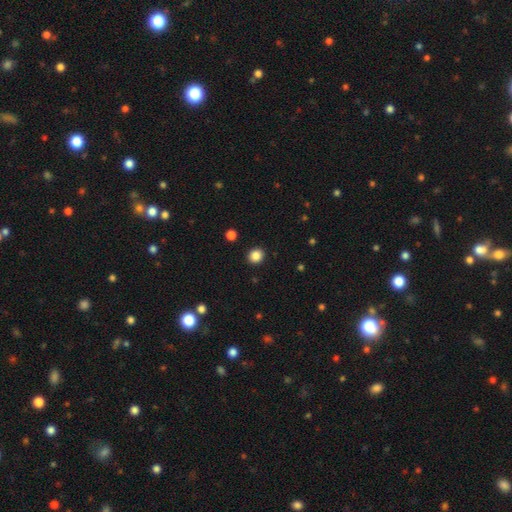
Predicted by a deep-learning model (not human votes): Smooth or featured? smooth (86%)
How rounded? round (82%)
Merging? none (92%)